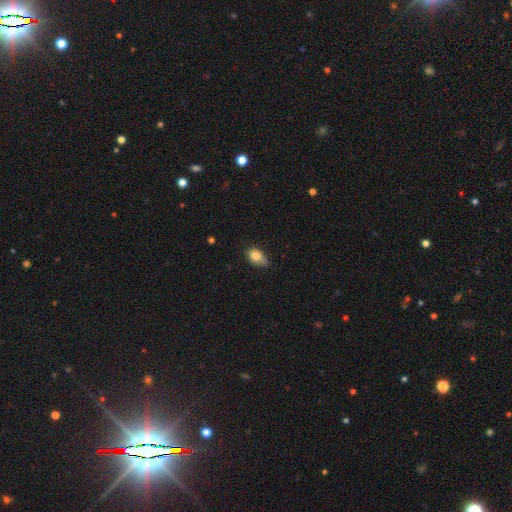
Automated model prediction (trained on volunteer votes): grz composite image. It shows a smooth galaxy with no disk features (79%) that is in between round and cigar-shaped (73%). Merging: minor disturbance (45%).